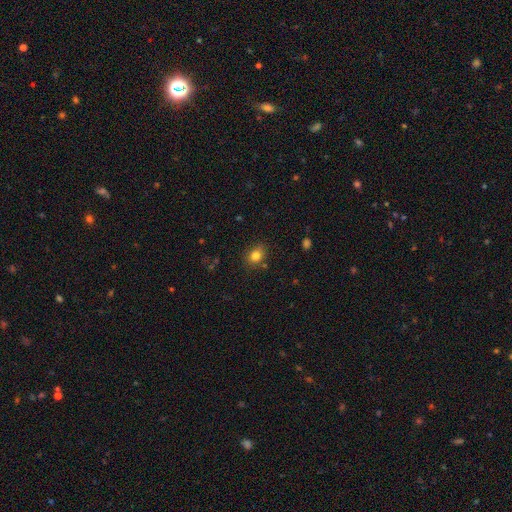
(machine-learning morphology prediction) A smooth galaxy with no disk features (81%) that is round (56%). Merging: none (79%).